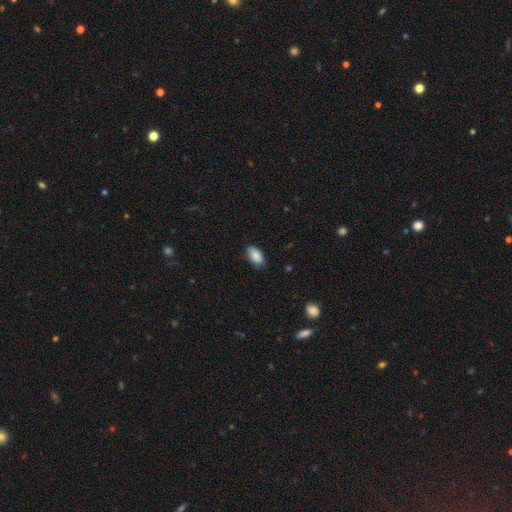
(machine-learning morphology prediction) Smooth or featured? Predicted: smooth (p=0.88). How rounded? Predicted: in between (p=0.94). Merging? Predicted: none (p=0.79).